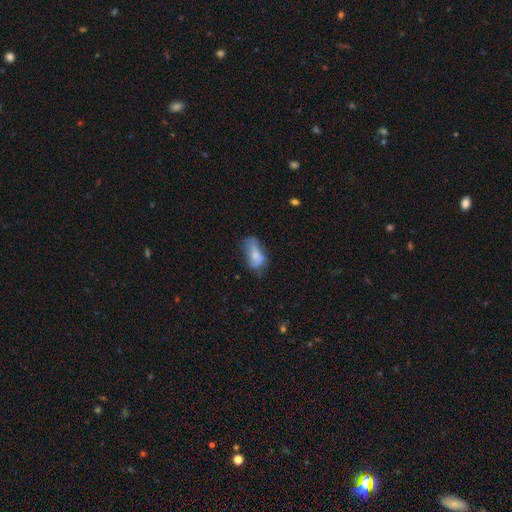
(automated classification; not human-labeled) Morphology: type=smooth (68%); roundness=in between (91%); merging=minor disturbance (35%, tied with none).